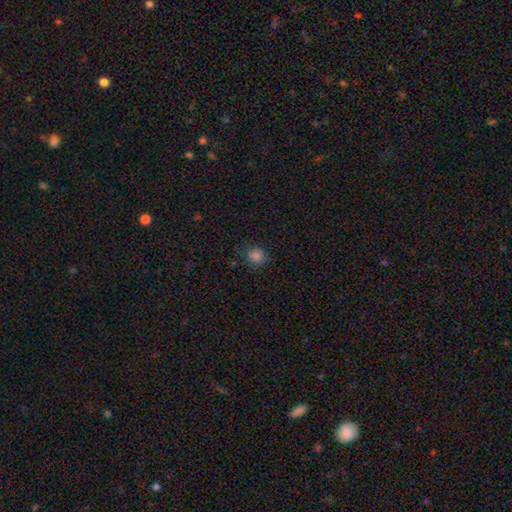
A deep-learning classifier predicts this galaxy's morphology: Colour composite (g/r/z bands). It shows a smooth galaxy with no disk features (82%) that is round (86%). Merging: none (82%).